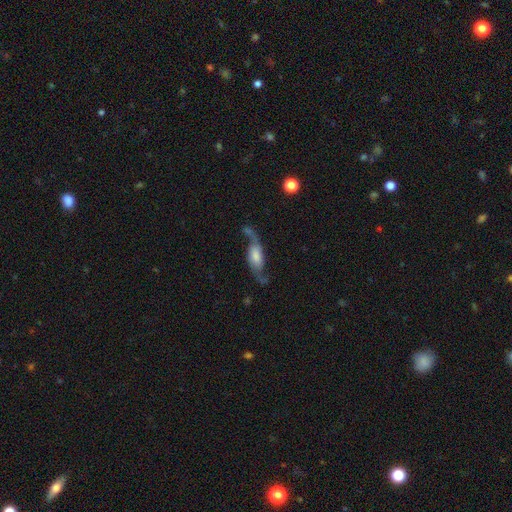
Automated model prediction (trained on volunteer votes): Smooth or featured: featured or disk — 77% (smooth — 17%)
Edge-on disk: no — 90% (yes — 10%)
Bar: no — 52% (weak — 35%)
Spiral arms: yes — 94% (no — 6%)
Spiral winding: loose — 83% (medium — 13%)
Spiral arm count: 2 — 91% (1 — 3%)
Bulge size: moderate — 29% (small — 26%)
Merging: none — 58% (minor disturbance — 19%)